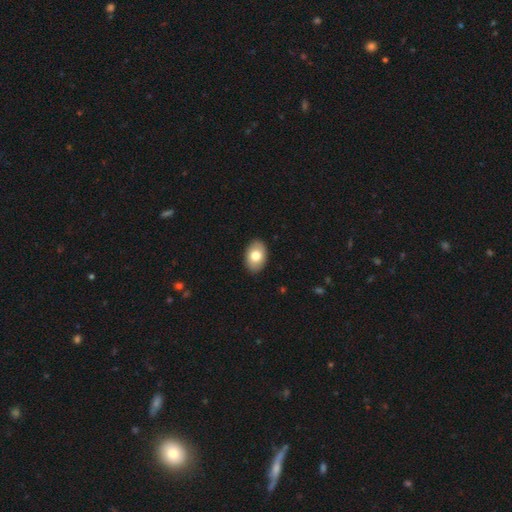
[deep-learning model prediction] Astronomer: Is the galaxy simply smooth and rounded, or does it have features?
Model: smooth — 78%.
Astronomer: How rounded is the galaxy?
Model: in between — 87%.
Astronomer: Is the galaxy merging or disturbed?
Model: none — 90%.